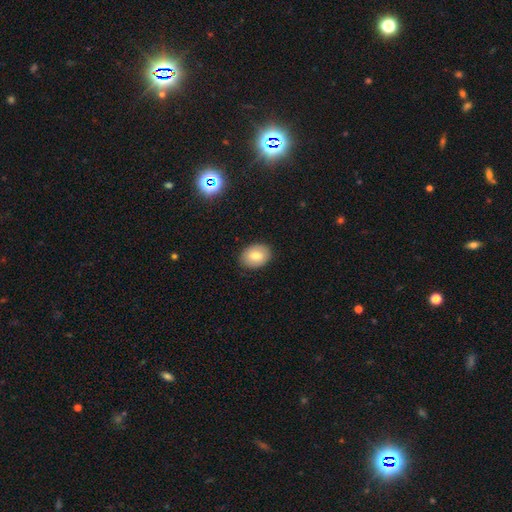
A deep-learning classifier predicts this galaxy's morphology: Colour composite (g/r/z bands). It shows a smooth galaxy with no disk features (77%) that is in between round and cigar-shaped (66%). Merging: none (87%).